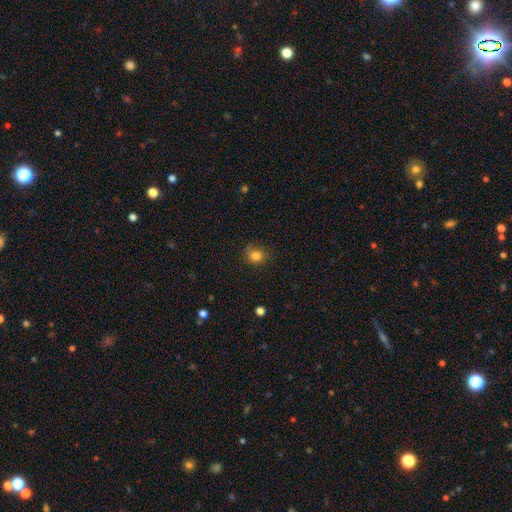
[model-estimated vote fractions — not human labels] smooth-or-featured: smooth: 82% | star or artifact: 12% | featured or disk: 6%
  how-rounded: round: 79% | in between: 20% | cigar-shaped: 1%
  merging: none: 71% | minor disturbance: 22% | major disturbance: 6% | merger: 1%